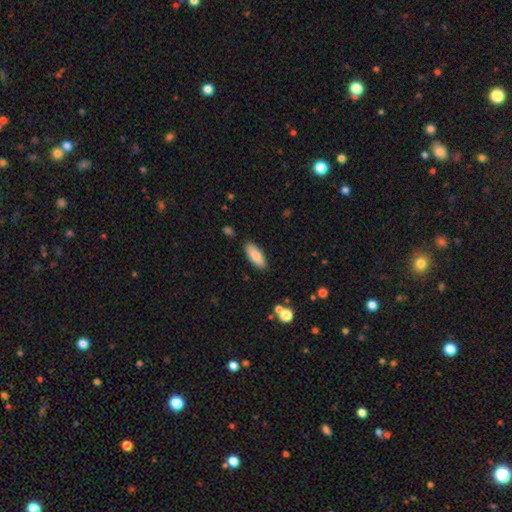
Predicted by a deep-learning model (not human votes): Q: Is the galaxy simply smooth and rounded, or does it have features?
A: smooth — 82%.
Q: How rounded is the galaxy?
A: in between — 77%.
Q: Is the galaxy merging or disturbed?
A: none — 86%.